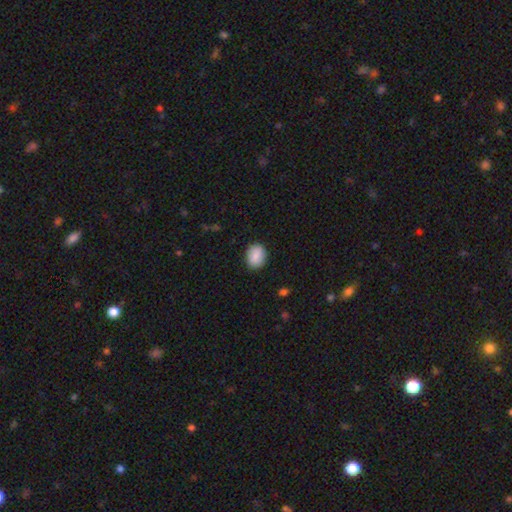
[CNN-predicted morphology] smooth-or-featured: smooth: 87% | star or artifact: 7% | featured or disk: 6%
  how-rounded: in between: 56% | round: 43% | cigar-shaped: 1%
  merging: none: 88% | minor disturbance: 9% | major disturbance: 2% | merger: 1%